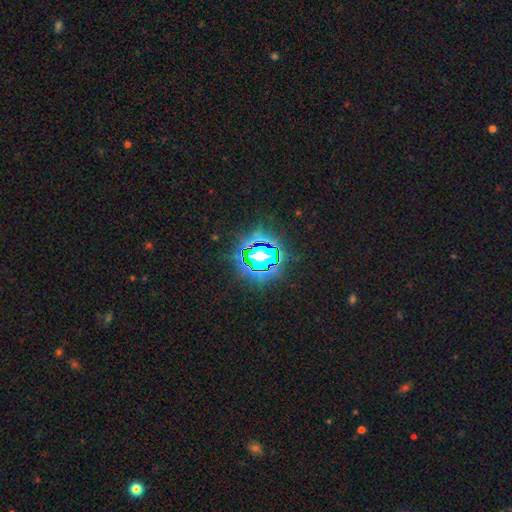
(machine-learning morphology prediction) smooth_or_featured: star or artifact (p=0.77) [alt: smooth p=0.14]